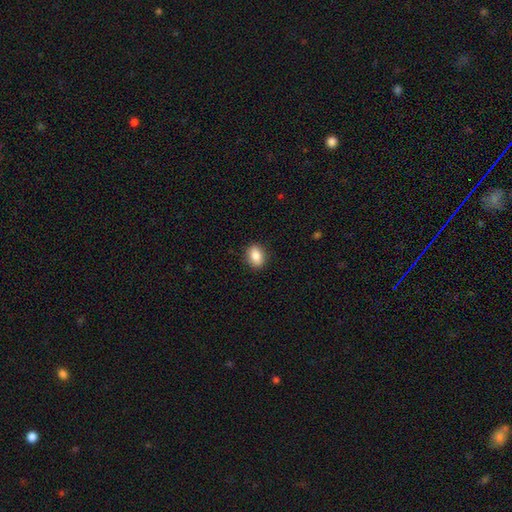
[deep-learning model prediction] A smooth galaxy with no disk features (86%) that is in between round and cigar-shaped (72%). Merging: none (89%).